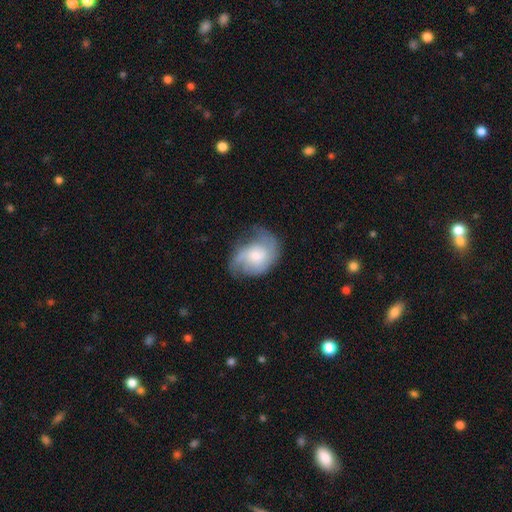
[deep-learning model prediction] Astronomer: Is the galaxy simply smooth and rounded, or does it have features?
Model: featured or disk — 68%.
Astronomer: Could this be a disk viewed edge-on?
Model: no — 97%.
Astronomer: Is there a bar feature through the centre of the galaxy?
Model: no — 65%.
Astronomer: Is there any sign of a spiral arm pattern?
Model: yes — 90%.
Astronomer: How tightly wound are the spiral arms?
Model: medium — 45% (runner-up: loose, 28%).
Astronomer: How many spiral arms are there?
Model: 2 — 52%.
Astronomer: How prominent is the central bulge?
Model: small — 44% (runner-up: moderate, 41%).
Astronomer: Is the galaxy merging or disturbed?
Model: none — 52%.